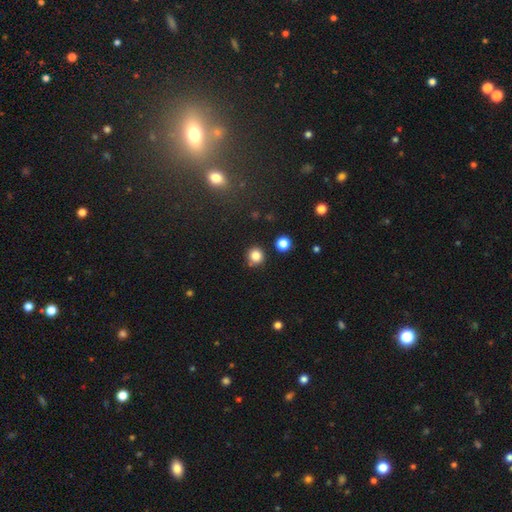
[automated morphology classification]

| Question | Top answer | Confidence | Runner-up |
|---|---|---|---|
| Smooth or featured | smooth | 83% | star or artifact (12%) |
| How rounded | round | 93% | in between (6%) |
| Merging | none | 83% | minor disturbance (8%) |